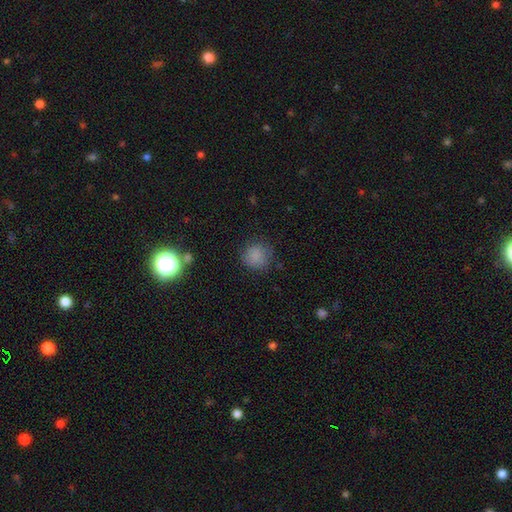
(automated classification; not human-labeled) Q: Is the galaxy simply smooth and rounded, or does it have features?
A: smooth — 84%.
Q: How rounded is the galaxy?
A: round — 91%.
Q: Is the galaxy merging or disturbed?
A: none — 82%.